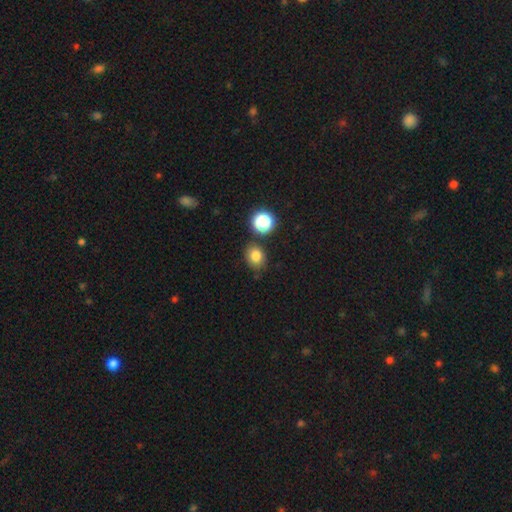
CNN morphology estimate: A smooth galaxy with no disk features (80%) that is round (56%). Merging: none (76%).